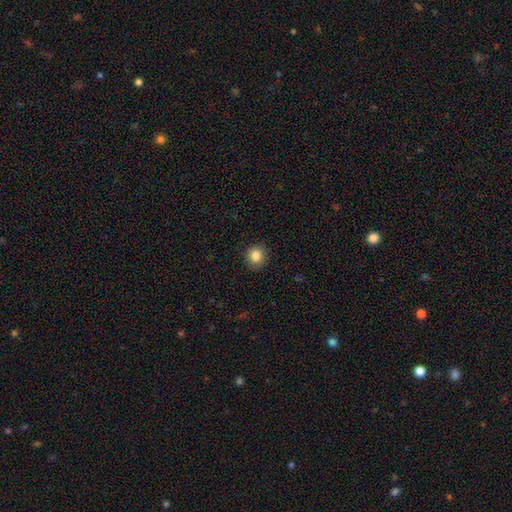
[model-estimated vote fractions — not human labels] Smooth or featured: smooth — 84% (star or artifact — 10%)
How rounded: round — 87% (in between — 12%)
Merging: none — 90% (minor disturbance — 7%)